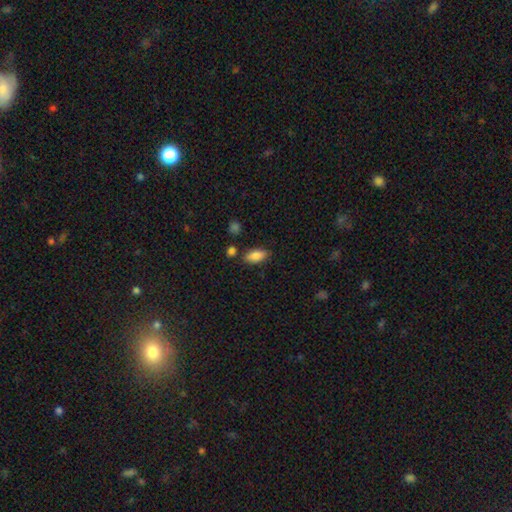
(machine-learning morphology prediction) Overall: smooth (86%). How rounded: in between (88%). Merging: none (81%).